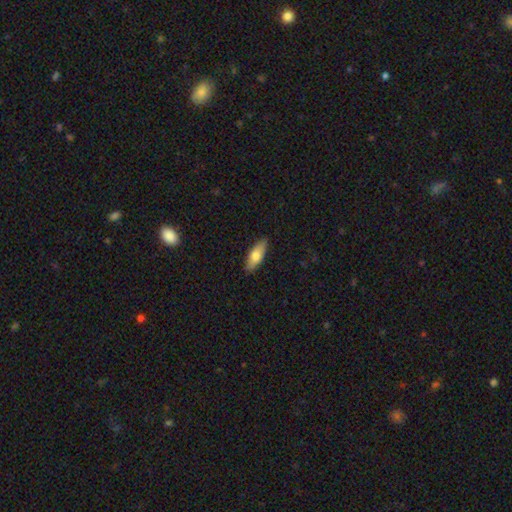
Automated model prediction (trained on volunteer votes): smooth 71%, featured or disk 23%, star or artifact 6%. Down the decision tree: how rounded — in between (72%); merging — none (87%).